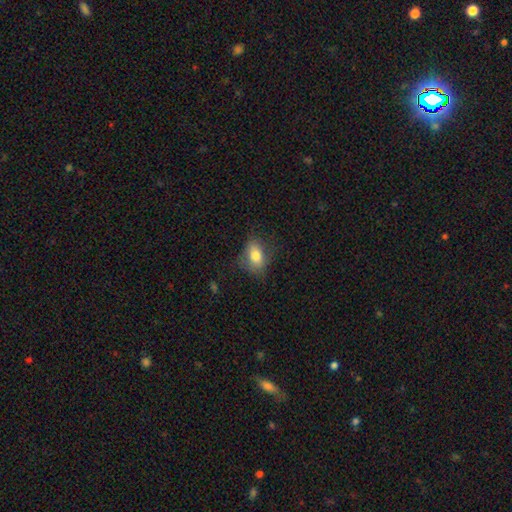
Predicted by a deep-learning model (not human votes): The model was most divided on "merging": none: 65%, minor disturbance: 24%, major disturbance: 10%, merger: 1%. More confident: how rounded — in between (78%); smooth or featured — smooth (77%).